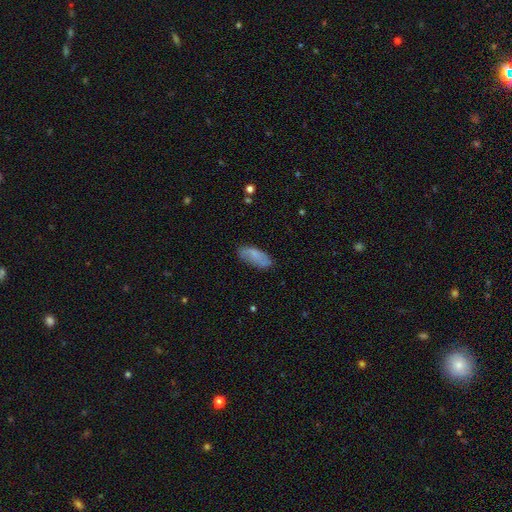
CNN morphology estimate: Q: Smooth or featured?
A: smooth (72%); runner-up: featured or disk (21%)
Q: How rounded?
A: in between (79%); runner-up: cigar-shaped (19%)
Q: Merging?
A: none (73%); runner-up: minor disturbance (20%)